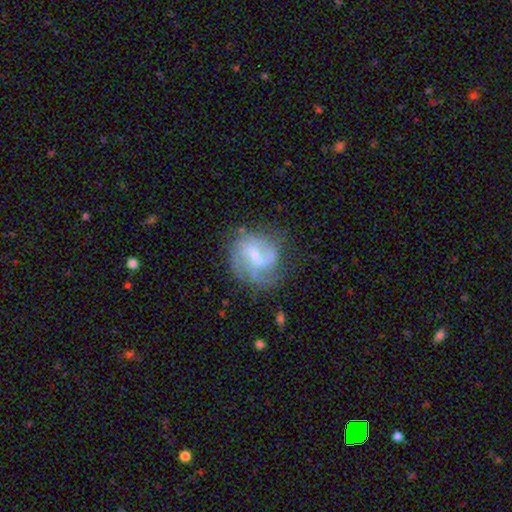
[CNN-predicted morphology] smooth-or-featured: featured or disk: 66% | smooth: 26% | star or artifact: 8%
  disk-edge-on: no: 98% | yes: 2%
    bar: weak: 54% | no: 28% | strong: 18%
    has-spiral-arms: yes: 78% | no: 22%
      spiral-winding: medium: 41% | loose: 30% | tight: 29%
      spiral-arm-count: can't tell: 31% | 2: 29% | 3: 16% | 1: 16% | 4: 4% | more than 4: 3%
    bulge-size: small: 41% | moderate: 34% | none: 20% | large: 4% | dominant: 1%
  merging: none: 49% | major disturbance: 24% | minor disturbance: 23% | merger: 4%